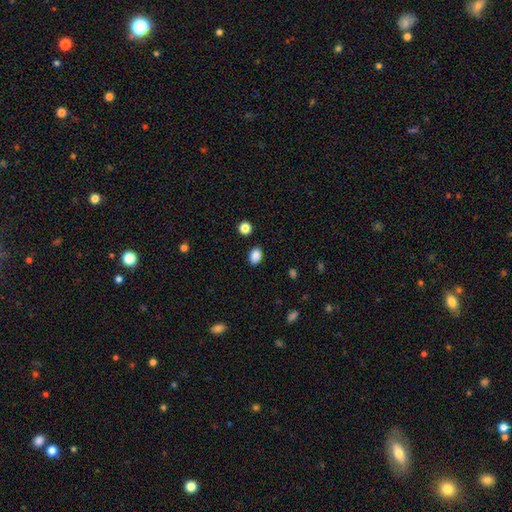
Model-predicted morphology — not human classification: type=smooth (88%); roundness=in between (79%); merging=none (87%).